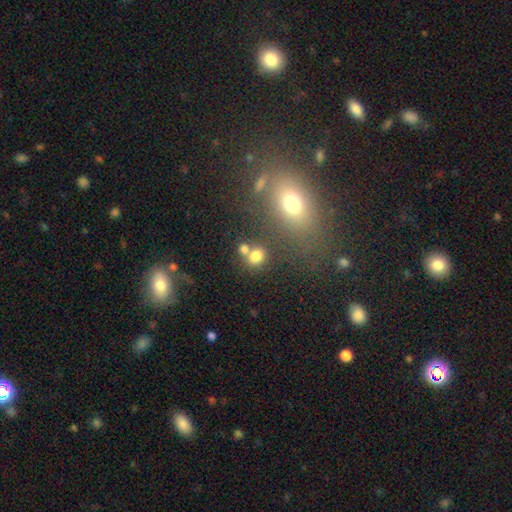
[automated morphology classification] Overall: smooth (77%). How rounded: round (62%; in between 36%). Merging: none (53%; merger 32%).